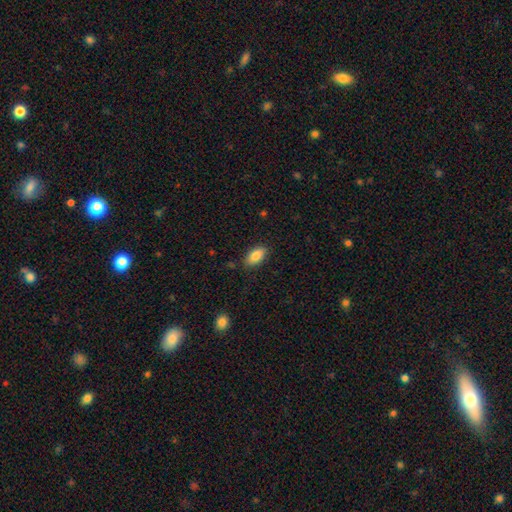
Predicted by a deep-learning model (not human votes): Q: Smooth or featured?
A: smooth (85%); runner-up: star or artifact (7%)
Q: How rounded?
A: in between (91%); runner-up: cigar-shaped (5%)
Q: Merging?
A: none (85%); runner-up: minor disturbance (11%)